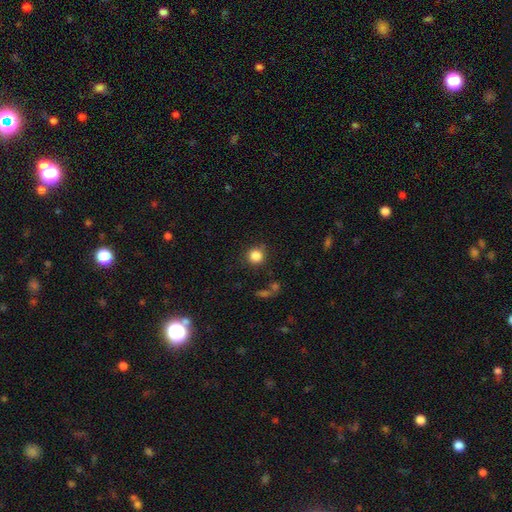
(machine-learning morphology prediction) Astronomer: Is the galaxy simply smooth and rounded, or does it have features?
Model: smooth — 85%.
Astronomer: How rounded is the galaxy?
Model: round — 92%.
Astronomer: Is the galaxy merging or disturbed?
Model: none — 84%.